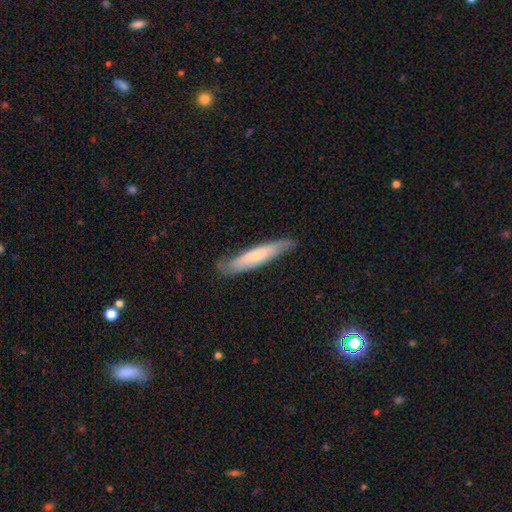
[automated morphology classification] Smooth or featured? Predicted: smooth (p=0.60). How rounded? Predicted: cigar-shaped (p=0.87). Merging? Predicted: none (p=0.79).